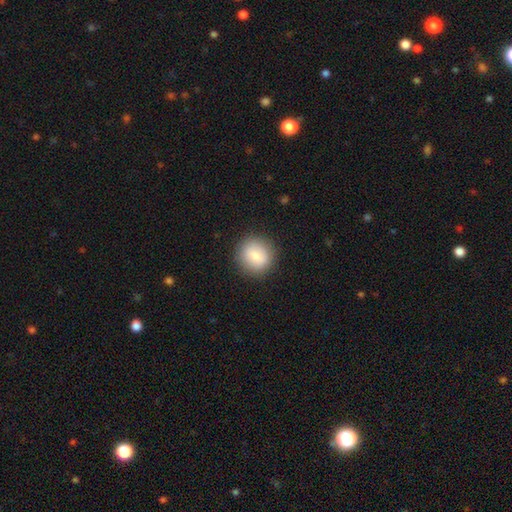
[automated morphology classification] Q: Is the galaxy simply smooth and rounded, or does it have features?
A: smooth — 81%.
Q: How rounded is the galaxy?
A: round — 91%.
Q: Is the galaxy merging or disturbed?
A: none — 89%.